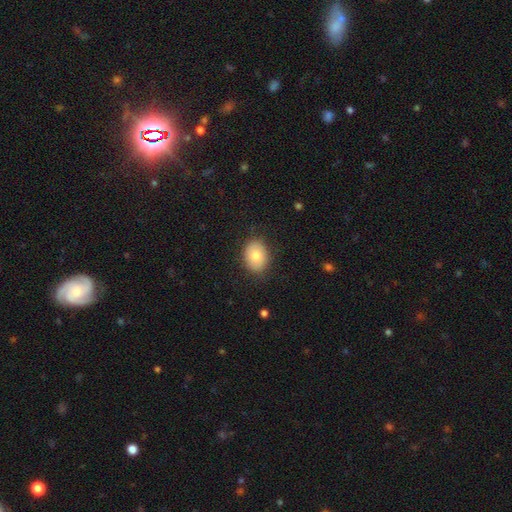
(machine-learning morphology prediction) Overall: smooth (80%). How rounded: in between (67%; round 32%). Merging: none (85%).